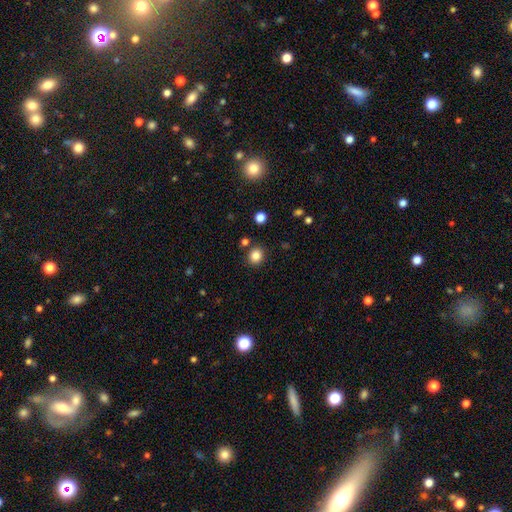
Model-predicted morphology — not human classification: A smooth galaxy with no disk features (83%) that is round (80%).

Vote fractions:
- Smooth or featured? smooth: 83% / star or artifact: 12% / featured or disk: 5%
- How rounded? round: 80% / in between: 19% / cigar-shaped: 1%
- Merging? none: 86% / minor disturbance: 7% / merger: 4% / major disturbance: 2%